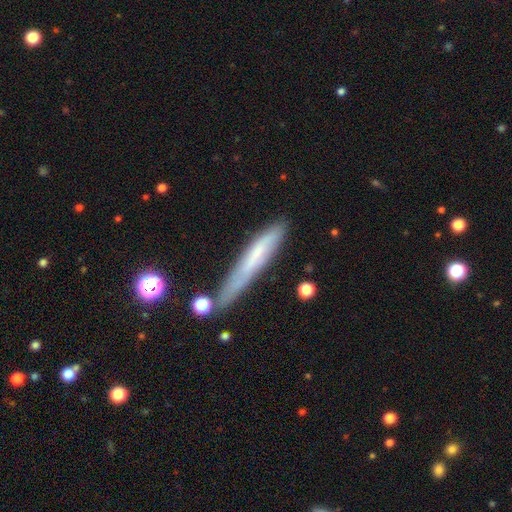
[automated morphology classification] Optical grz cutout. It shows a smooth galaxy with no disk features (52%) that is cigar-shaped (93%). Merging: none (60%).